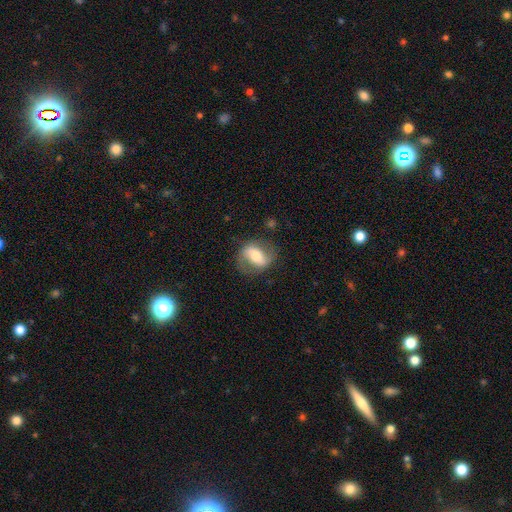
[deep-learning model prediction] Smooth or featured: featured or disk — 60% (smooth — 33%)
Edge-on disk: no — 93% (yes — 7%)
Bar: strong — 45% (weak — 33%)
Spiral arms: yes — 78% (no — 22%)
Bulge size: moderate — 57% (small — 21%)
Merging: none — 73% (minor disturbance — 17%)